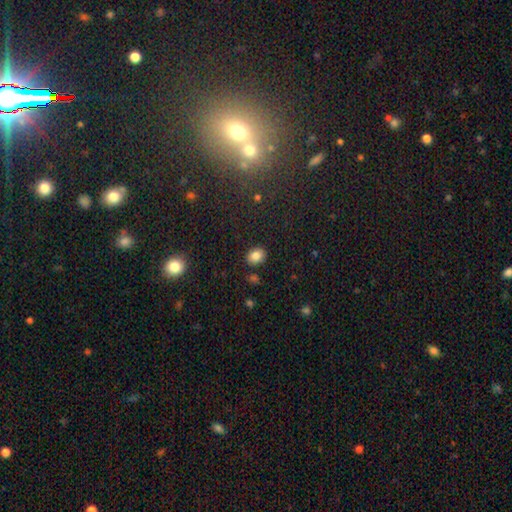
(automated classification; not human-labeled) smooth 85%, star or artifact 9%, featured or disk 6%. Down the decision tree: how rounded — in between (64%); merging — none (86%).